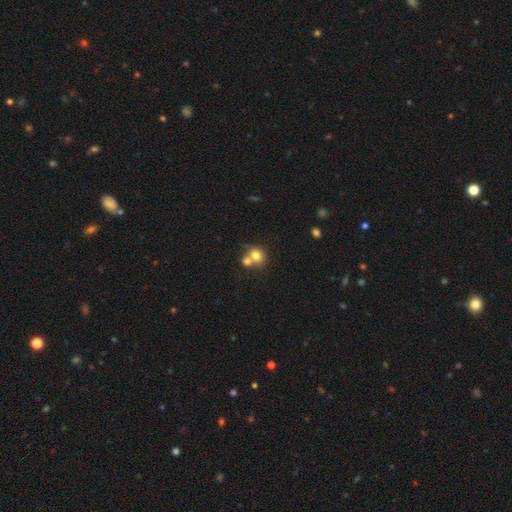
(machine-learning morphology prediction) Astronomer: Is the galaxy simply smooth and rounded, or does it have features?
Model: smooth — 75%.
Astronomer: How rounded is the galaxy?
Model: round — 69%.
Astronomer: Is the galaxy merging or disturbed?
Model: merger — 54% (runner-up: none, 35%).